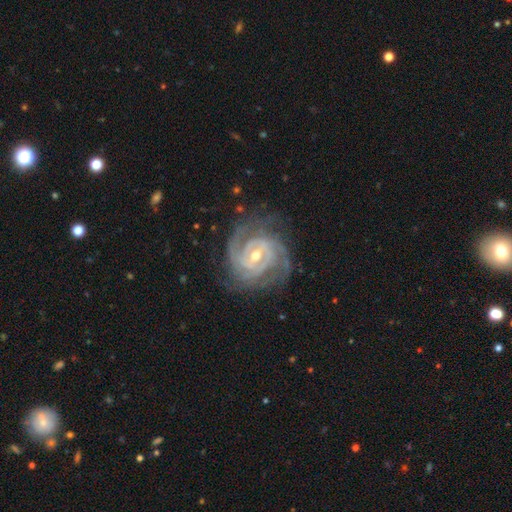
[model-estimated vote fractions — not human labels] Morphology: type=featured or disk (92%); edge-on=no (97%); bar=weak (46%); spiral arms=yes (98%); winding=tight (72%); arm count=3 (32%); bulge=moderate (51%); merging=none (76%).